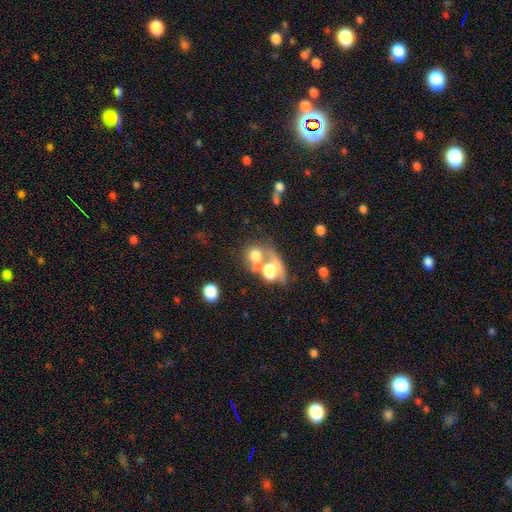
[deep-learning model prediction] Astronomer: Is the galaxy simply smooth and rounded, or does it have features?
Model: smooth — 57%.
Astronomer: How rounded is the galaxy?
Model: round — 67%.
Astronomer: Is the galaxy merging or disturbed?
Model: merger — 58%.